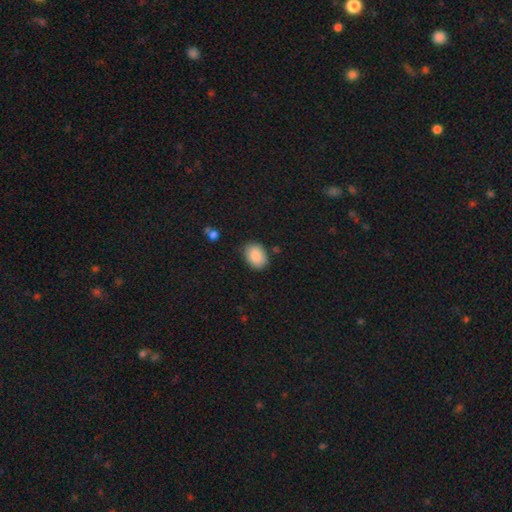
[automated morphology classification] A smooth galaxy with no disk features (88%) that is in between round and cigar-shaped (67%).

Vote fractions:
- Smooth or featured? smooth: 88% / star or artifact: 7% / featured or disk: 4%
- How rounded? in between: 67% / round: 32% / cigar-shaped: 1%
- Merging? none: 81% / minor disturbance: 14% / major disturbance: 3% / merger: 2%